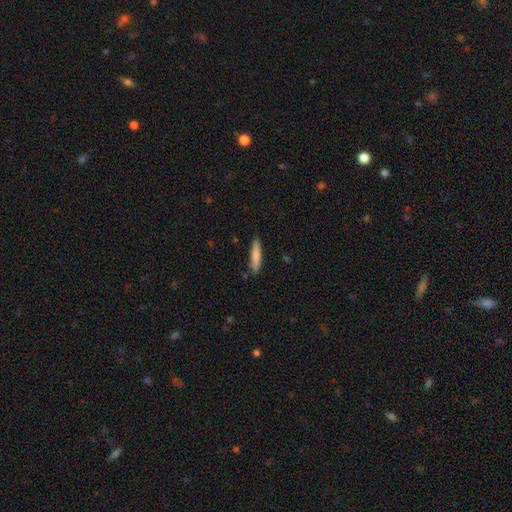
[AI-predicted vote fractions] Q: Smooth or featured?
A: smooth (79%); runner-up: featured or disk (15%)
Q: How rounded?
A: cigar-shaped (88%); runner-up: in between (11%)
Q: Merging?
A: none (85%); runner-up: minor disturbance (11%)